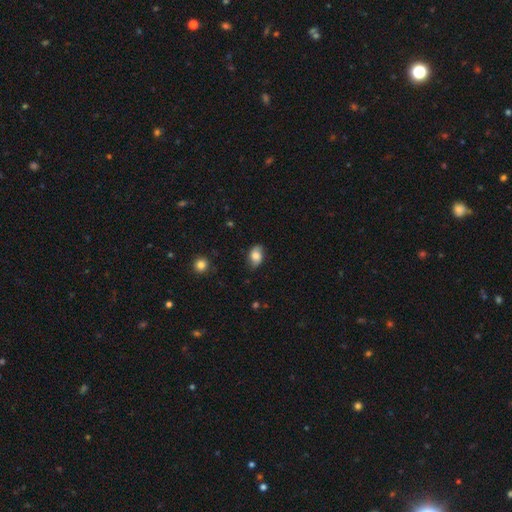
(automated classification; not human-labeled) Smooth or featured: smooth — 65% (featured or disk — 26%)
How rounded: in between — 84% (round — 14%)
Merging: none — 77% (minor disturbance — 18%)